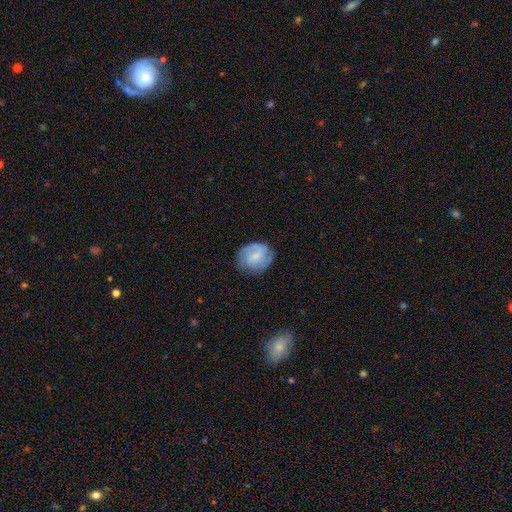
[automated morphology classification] featured or disk 48%, smooth 45%, star or artifact 7%. Down the decision tree: merging — none (70%).